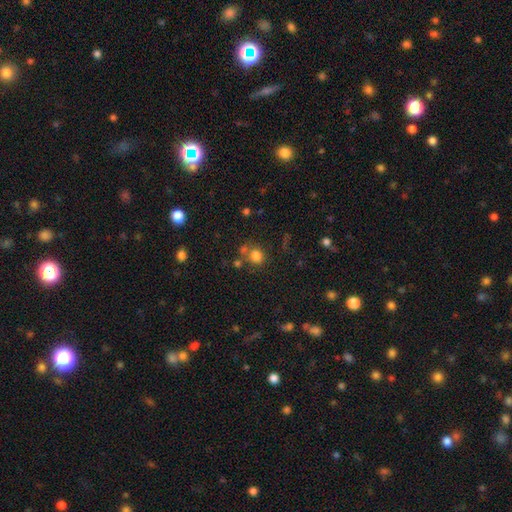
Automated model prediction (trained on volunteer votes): This is likely a smooth galaxy (78%). How rounded: clearly round (83%). Merging: likely none (65%).